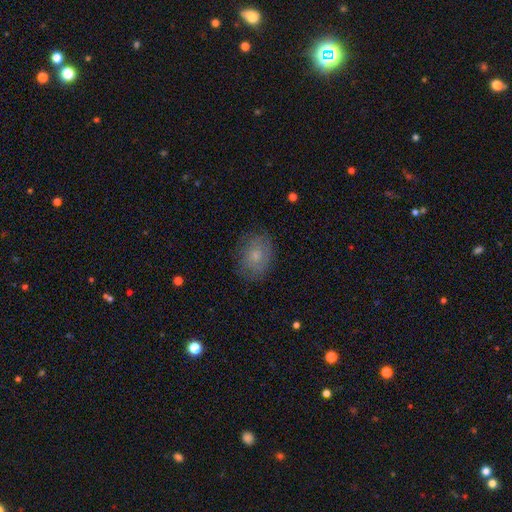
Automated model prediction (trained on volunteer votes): Smooth or featured?
  - smooth: 66% *
  - featured or disk: 25%
  - star or artifact: 9%
How rounded?
  - in between: 64% *
  - round: 34%
  - cigar-shaped: 1%
Merging?
  - none: 78% *
  - minor disturbance: 16%
  - major disturbance: 5%
  - merger: 1%